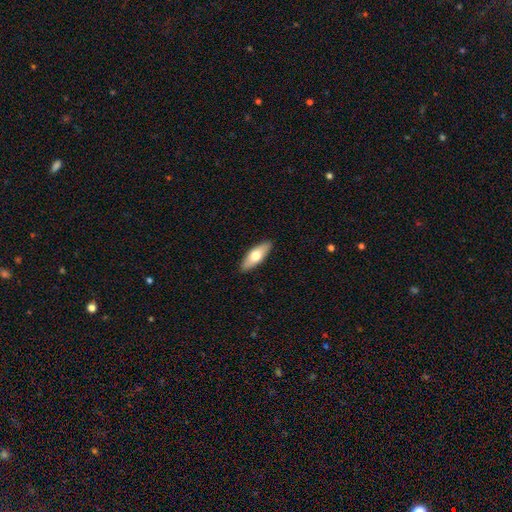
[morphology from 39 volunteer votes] smooth 72%, featured or disk 26%, star or artifact 3%. Down the decision tree: how rounded — in between (82%); merging — none (95%).